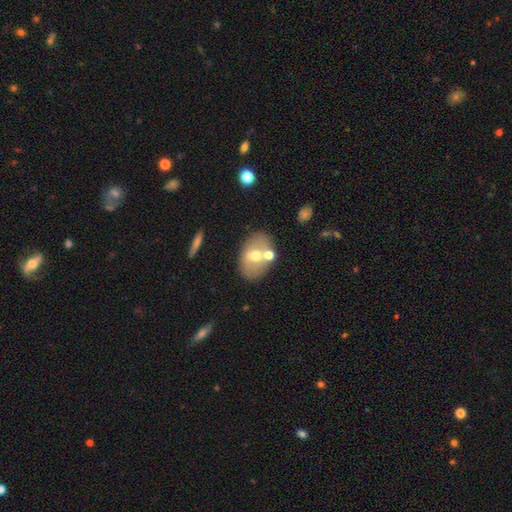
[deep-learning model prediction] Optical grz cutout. It shows a smooth galaxy with no disk features (50%) that is in between round and cigar-shaped (79%). Merging: none (69%).